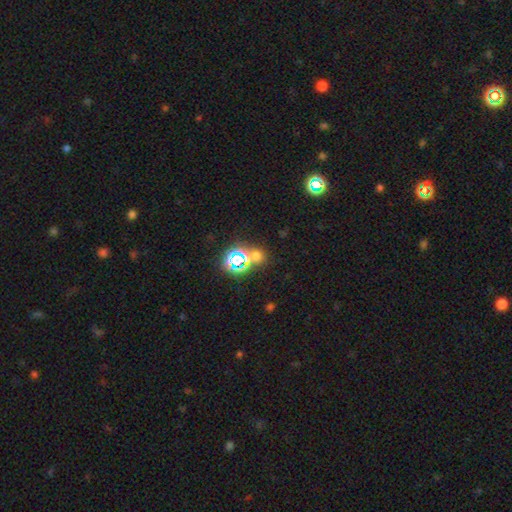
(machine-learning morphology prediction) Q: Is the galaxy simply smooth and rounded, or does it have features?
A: star or artifact — 49%.